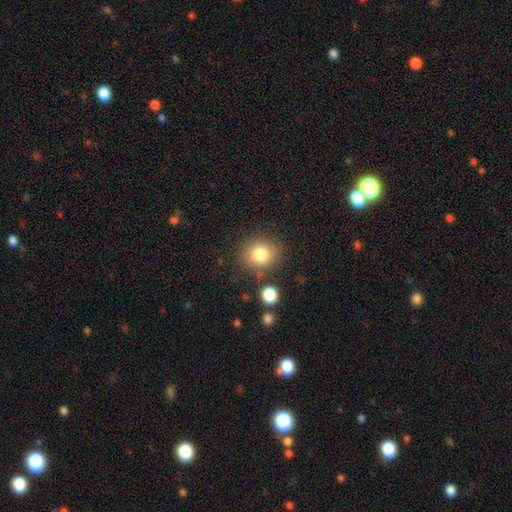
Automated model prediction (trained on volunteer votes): A smooth galaxy with no disk features (80%) that is round (78%).

Vote fractions:
- Smooth or featured? smooth: 80% / star or artifact: 12% / featured or disk: 8%
- How rounded? round: 78% / in between: 21% / cigar-shaped: 1%
- Merging? none: 84% / minor disturbance: 9% / merger: 4% / major disturbance: 3%